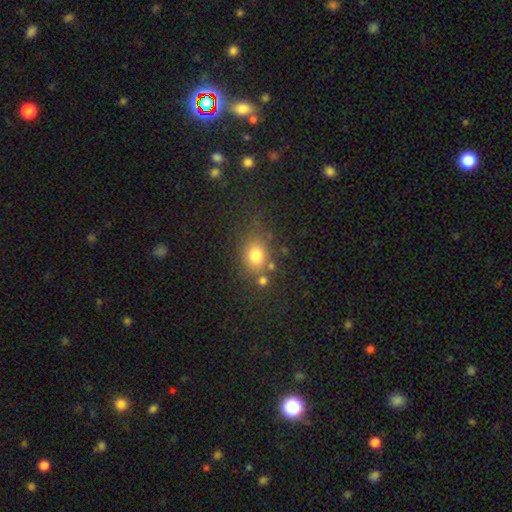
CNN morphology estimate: Smooth or featured: smooth — 77% (star or artifact — 14%)
How rounded: round — 56% (in between — 43%)
Merging: none — 65% (minor disturbance — 16%)